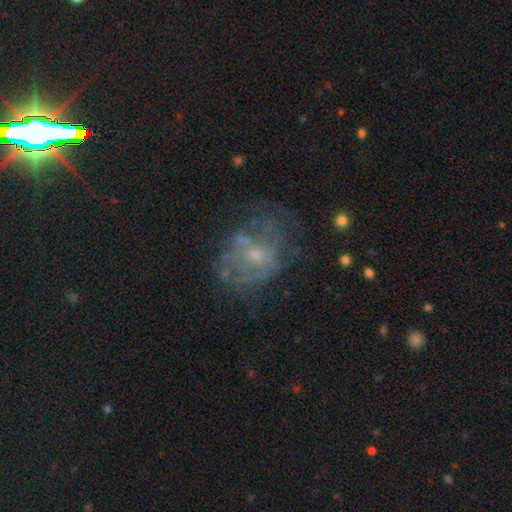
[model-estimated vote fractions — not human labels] Morphology: type=featured or disk (61%); edge-on=no (97%); bar=no (82%); spiral arms=no (70%); bulge=small (48%); merging=none (46%).